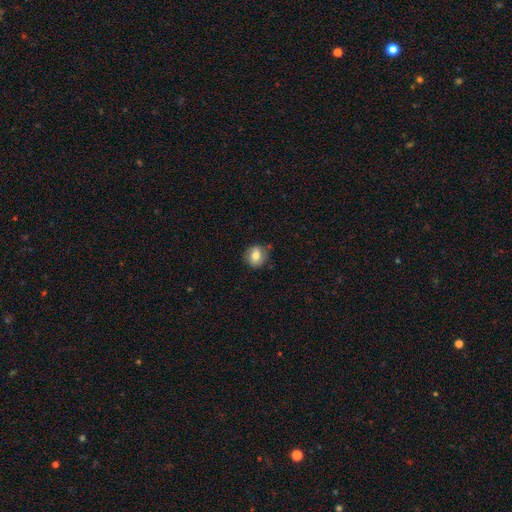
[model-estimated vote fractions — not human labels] A smooth galaxy with no disk features (71%) that is round (74%). Merging: none (75%).